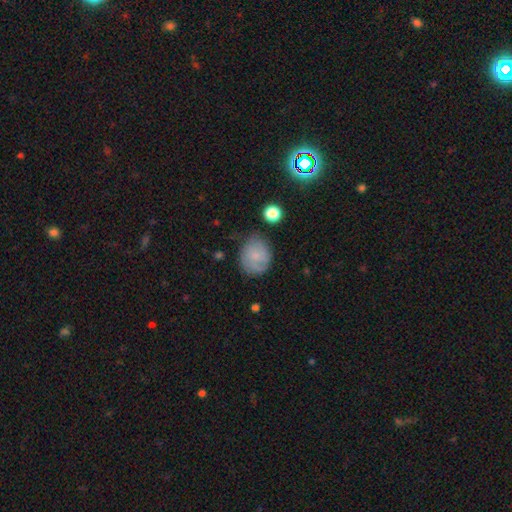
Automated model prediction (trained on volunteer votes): A smooth galaxy with no disk features (65%) that is round (65%). Merging: none (64%).